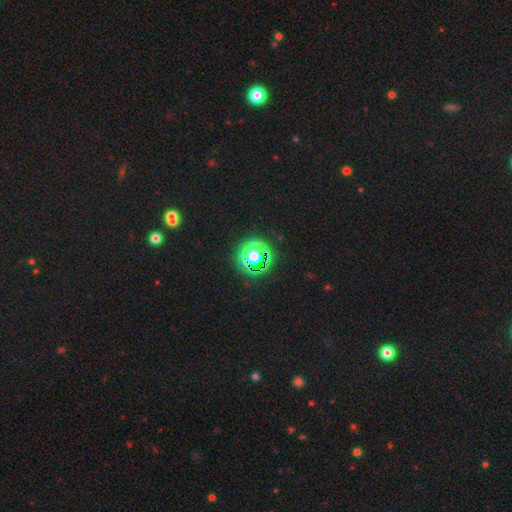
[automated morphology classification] A star or artifact, not a galaxy (62%).

Vote fractions:
- Smooth or featured? star or artifact: 62% / smooth: 28% / featured or disk: 10%